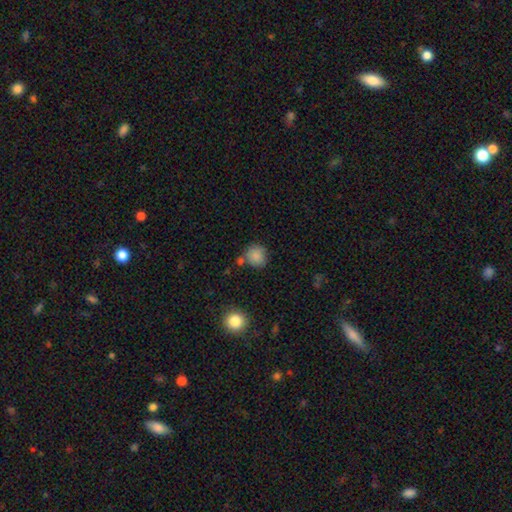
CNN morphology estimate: Q: Smooth or featured?
A: smooth (85%); runner-up: star or artifact (9%)
Q: How rounded?
A: round (86%); runner-up: in between (13%)
Q: Merging?
A: none (67%); runner-up: minor disturbance (17%)